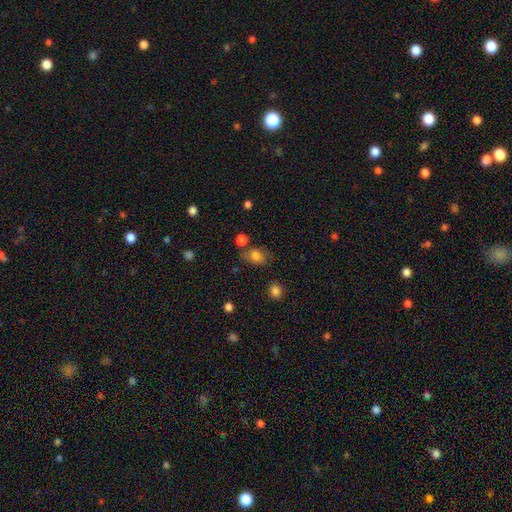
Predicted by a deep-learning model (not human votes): The model was most divided on "how rounded": in between: 67%, round: 31%, cigar-shaped: 2%. More confident: smooth or featured — smooth (79%); merging — none (63%).